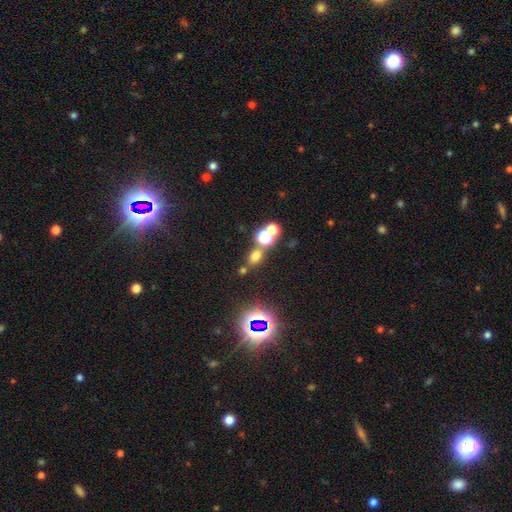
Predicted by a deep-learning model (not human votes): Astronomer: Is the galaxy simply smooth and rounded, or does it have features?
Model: smooth — 61%.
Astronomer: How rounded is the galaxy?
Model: round — 58% (runner-up: in between, 40%).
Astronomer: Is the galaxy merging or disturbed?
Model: none — 63%.